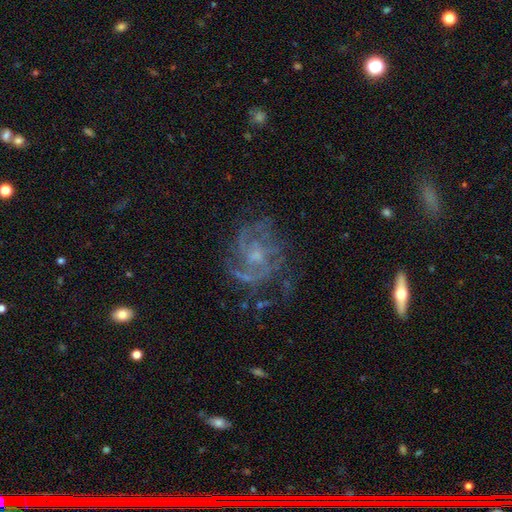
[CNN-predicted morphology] smooth-or-featured: featured or disk: 81% | star or artifact: 10% | smooth: 9%
  disk-edge-on: no: 97% | yes: 3%
    bar: no: 67% | weak: 28% | strong: 5%
    has-spiral-arms: yes: 90% | no: 10%
      spiral-winding: medium: 44% | tight: 41% | loose: 15%
      spiral-arm-count: can't tell: 27% | 3: 26% | 2: 26% | 4: 10% | 1: 6% | more than 4: 5%
    bulge-size: small: 55% | moderate: 31% | none: 12% | large: 2% | dominant: 1%
  merging: none: 63% | minor disturbance: 19% | major disturbance: 16% | merger: 2%